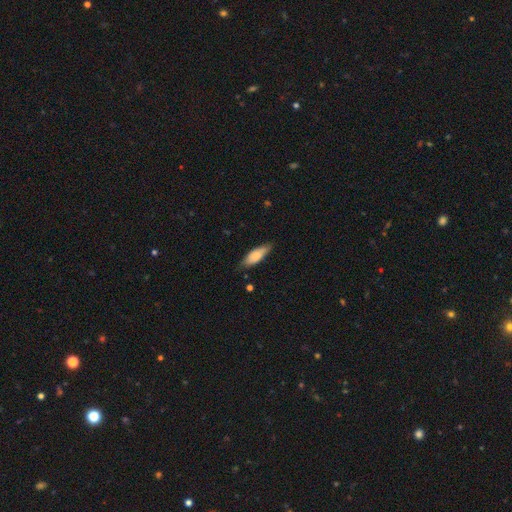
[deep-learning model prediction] This is likely a smooth galaxy (78%). How rounded: likely in between (65%). Merging: likely none (74%).